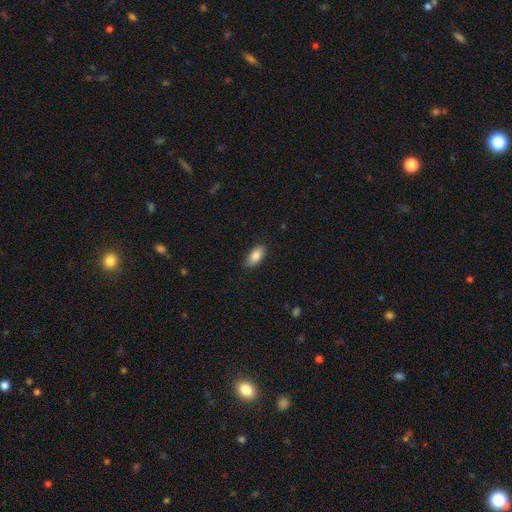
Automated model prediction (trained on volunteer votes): A smooth galaxy with no disk features (84%) that is in between round and cigar-shaped (91%). Merging: none (86%).